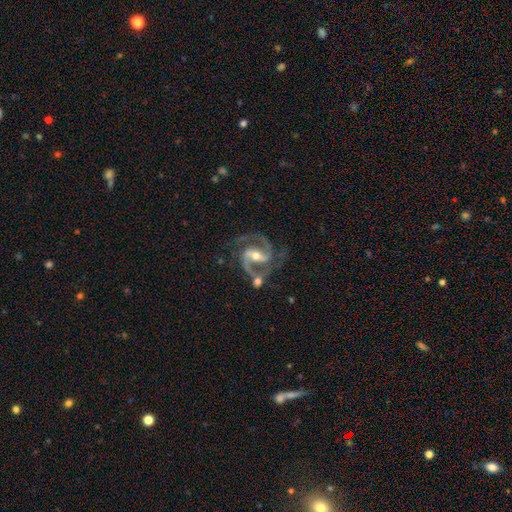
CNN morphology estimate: The model was most divided on "bar": strong: 48%, weak: 37%, no: 15%. More confident: spiral arms — yes (98%); edge-on disk — no (98%); smooth or featured — featured or disk (93%); spiral arm count — 2 (92%); merging — none (68%); spiral winding — medium (68%); bulge size — moderate (57%).